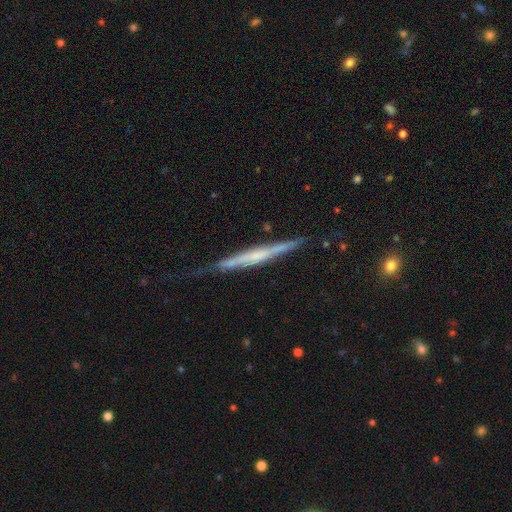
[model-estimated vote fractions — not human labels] Smooth or featured? Predicted: featured or disk (p=0.69). Edge-on disk? Predicted: yes (p=0.96). Edge-on bulge? Predicted: none (p=0.51). Merging? Predicted: none (p=0.70).